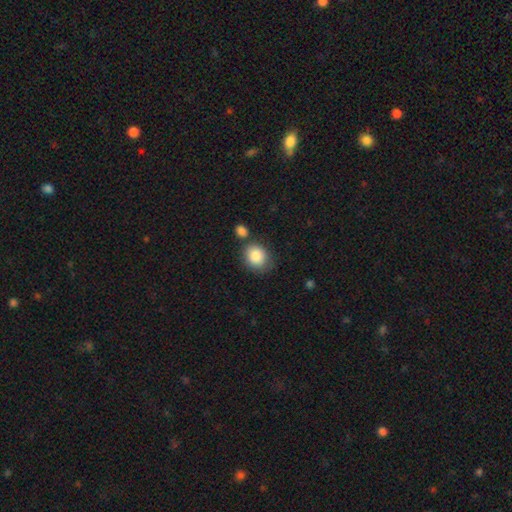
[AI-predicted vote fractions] A smooth galaxy with no disk features (86%) that is round (63%).

Vote fractions:
- Smooth or featured? smooth: 86% / star or artifact: 8% / featured or disk: 7%
- How rounded? round: 63% / in between: 36% / cigar-shaped: 1%
- Merging? none: 66% / minor disturbance: 16% / merger: 13% / major disturbance: 5%